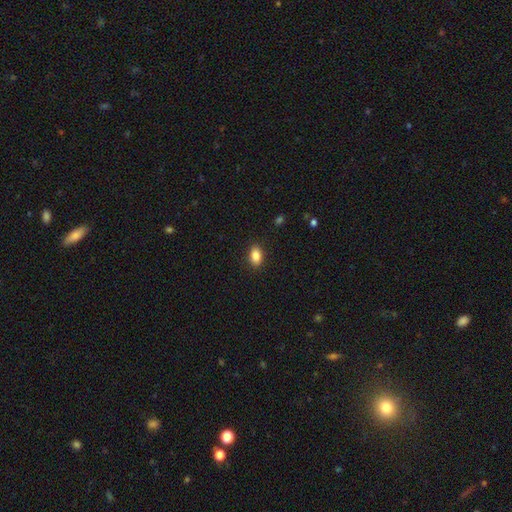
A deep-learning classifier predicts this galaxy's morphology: This appears to be a smooth galaxy with no disk features (87%) that is in between round and cigar-shaped (88%). Merging: none (89%).